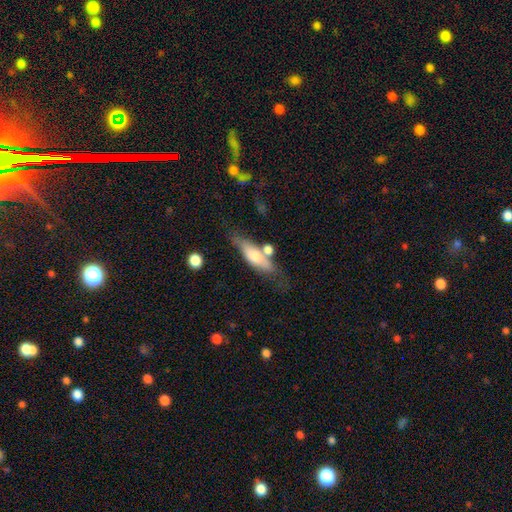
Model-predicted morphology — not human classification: Smooth or featured? smooth (56%)
How rounded? in between (48%, tied with cigar-shaped)
Merging? none (51%)